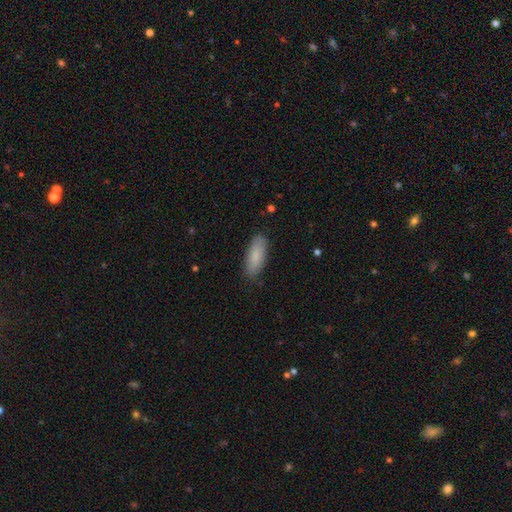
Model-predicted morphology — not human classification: The model was most divided on "how rounded": in between: 75%, cigar-shaped: 24%, round: 2%. More confident: merging — none (86%); smooth or featured — smooth (86%).